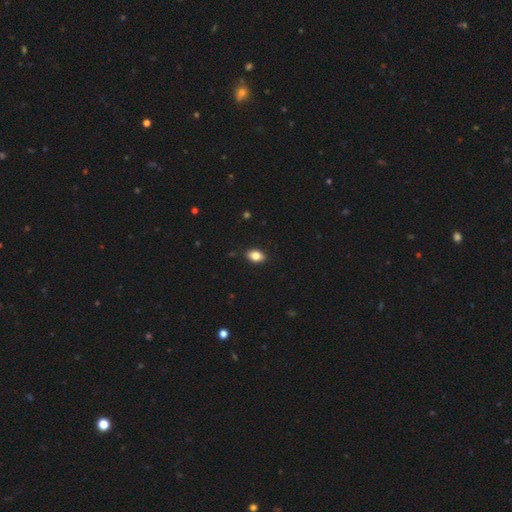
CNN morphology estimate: The model was most divided on "how rounded": in between: 83%, round: 16%, cigar-shaped: 1%. More confident: merging — none (88%); smooth or featured — smooth (84%).